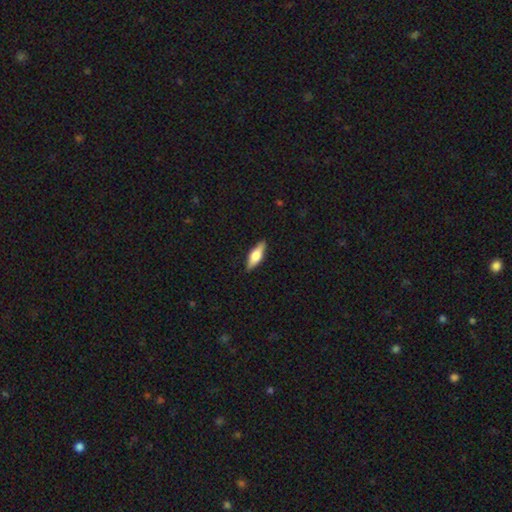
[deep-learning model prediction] smooth 52%, featured or disk 42%, star or artifact 6%. Down the decision tree: how rounded — in between (54%); merging — none (89%).